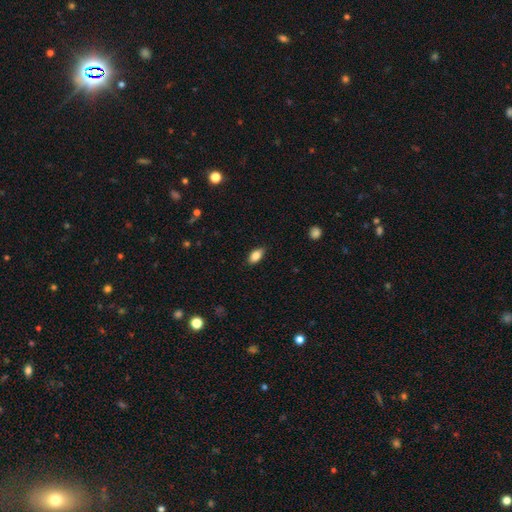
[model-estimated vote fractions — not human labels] Q: Smooth or featured?
A: smooth (85%); runner-up: star or artifact (8%)
Q: How rounded?
A: in between (90%); runner-up: round (5%)
Q: Merging?
A: none (84%); runner-up: minor disturbance (13%)